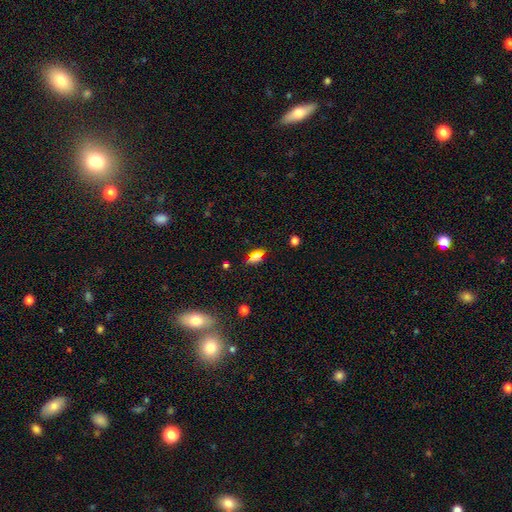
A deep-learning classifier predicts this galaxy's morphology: smooth 61%, star or artifact 26%, featured or disk 14%. Down the decision tree: how rounded — in between (68%); merging — none (83%).